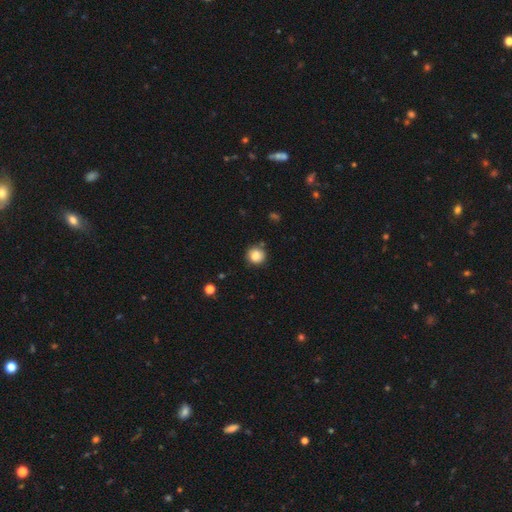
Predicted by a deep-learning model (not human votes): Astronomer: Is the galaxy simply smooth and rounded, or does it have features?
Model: smooth — 83%.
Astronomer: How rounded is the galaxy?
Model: round — 92%.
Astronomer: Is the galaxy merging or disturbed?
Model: none — 83%.